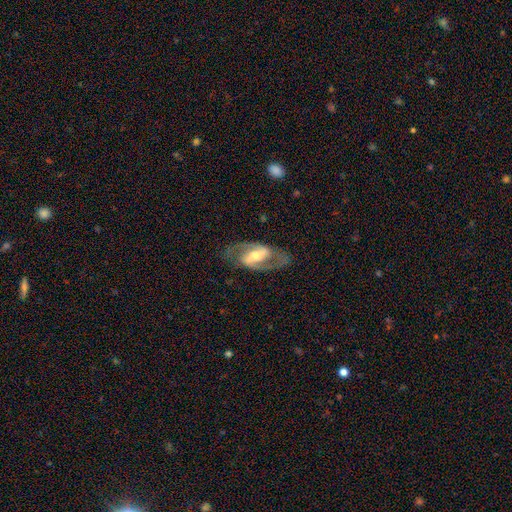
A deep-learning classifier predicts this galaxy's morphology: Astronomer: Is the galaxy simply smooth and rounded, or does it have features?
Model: featured or disk — 84%.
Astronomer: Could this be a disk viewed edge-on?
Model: no — 94%.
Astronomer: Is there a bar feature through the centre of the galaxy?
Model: strong — 54% (runner-up: weak, 33%).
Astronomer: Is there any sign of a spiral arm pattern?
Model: yes — 89%.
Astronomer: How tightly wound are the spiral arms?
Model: medium — 56%.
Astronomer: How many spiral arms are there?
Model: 2 — 90%.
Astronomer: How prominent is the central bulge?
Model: moderate — 59%.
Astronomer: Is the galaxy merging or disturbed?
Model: none — 78%.